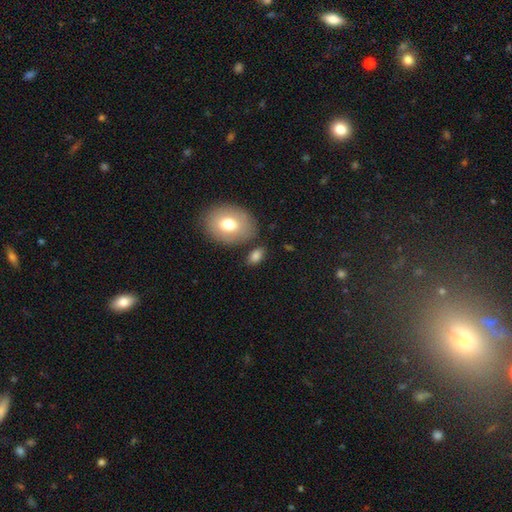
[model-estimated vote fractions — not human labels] Overall: smooth (80%). How rounded: in between (86%). Merging: none (73%).